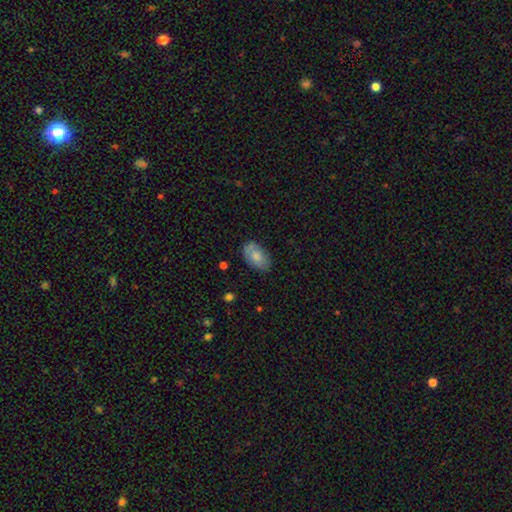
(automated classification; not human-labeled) Smooth or featured? smooth (70%)
How rounded? in between (92%)
Merging? none (74%)